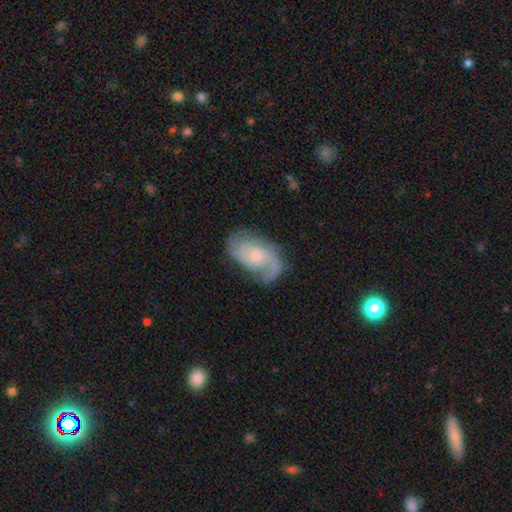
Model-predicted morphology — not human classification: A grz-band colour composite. It shows a featured or disk galaxy (82%) with no bar (65%), 2 (72%) medium (48%) spiral arms (96%) and a small central bulge (49%). Merging: none (69%).